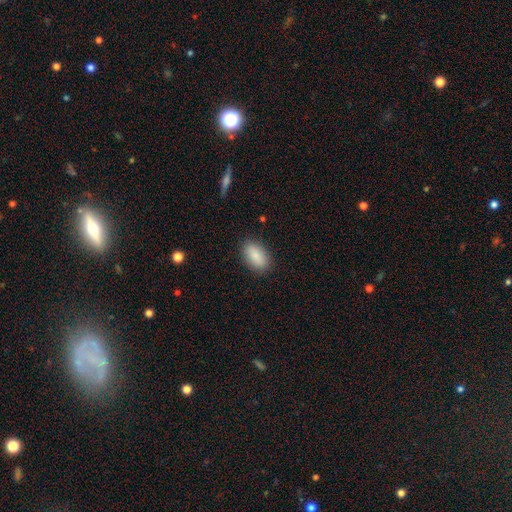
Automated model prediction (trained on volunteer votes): Smooth or featured?
  - smooth: 88% *
  - star or artifact: 7%
  - featured or disk: 6%
How rounded?
  - in between: 91% *
  - round: 5%
  - cigar-shaped: 3%
Merging?
  - none: 87% *
  - minor disturbance: 9%
  - major disturbance: 3%
  - merger: 1%